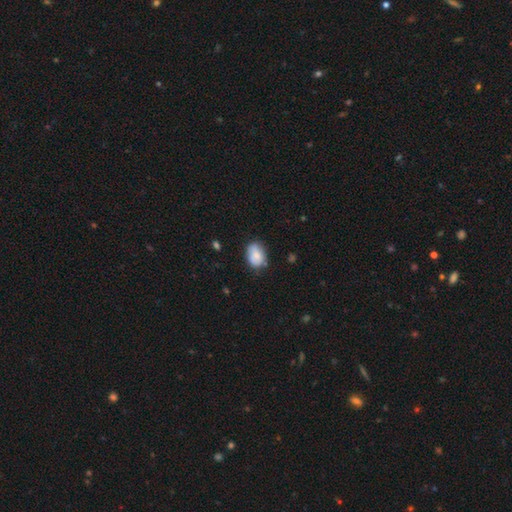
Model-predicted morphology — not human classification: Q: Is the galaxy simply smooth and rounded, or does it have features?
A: smooth — 77%.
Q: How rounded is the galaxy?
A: in between — 81%.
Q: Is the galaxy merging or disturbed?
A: none — 68%.